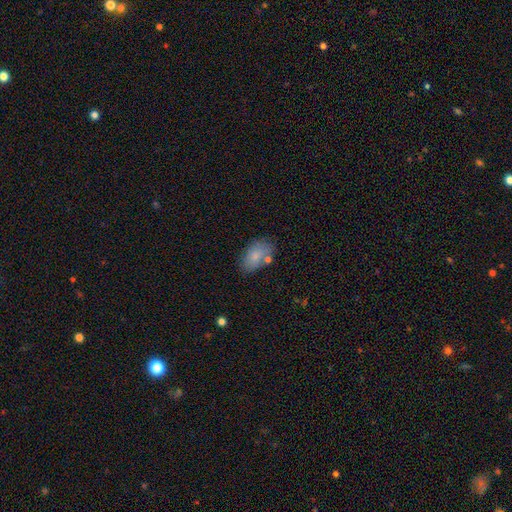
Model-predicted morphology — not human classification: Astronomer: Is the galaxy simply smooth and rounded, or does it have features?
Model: smooth — 80%.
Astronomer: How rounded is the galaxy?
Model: in between — 91%.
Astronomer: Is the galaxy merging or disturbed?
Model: none — 67%.